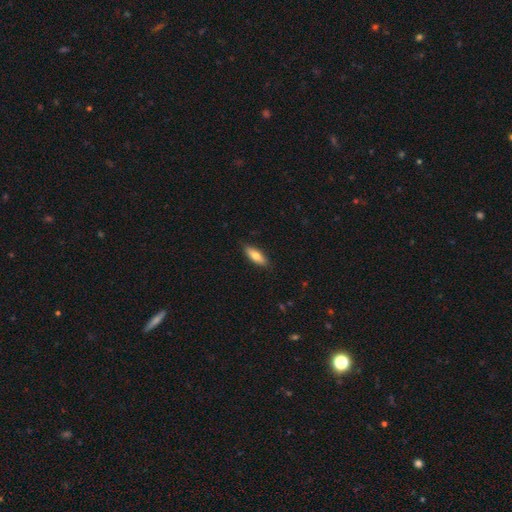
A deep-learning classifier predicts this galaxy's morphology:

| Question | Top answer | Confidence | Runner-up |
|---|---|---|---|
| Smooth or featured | smooth | 72% | featured or disk (22%) |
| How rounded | in between | 58% | cigar-shaped (40%) |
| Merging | none | 86% | minor disturbance (11%) |